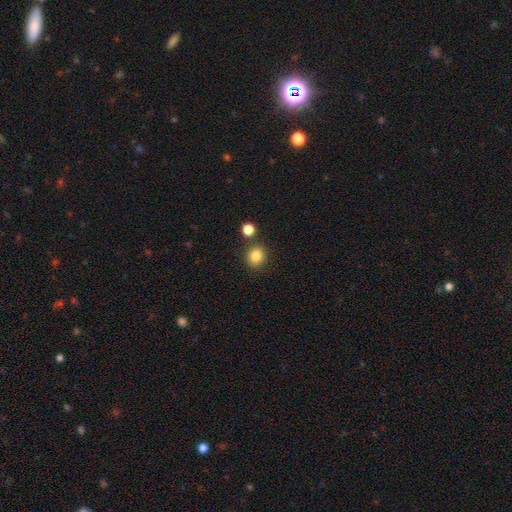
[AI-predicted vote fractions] Q: Smooth or featured?
A: smooth (83%); runner-up: star or artifact (11%)
Q: How rounded?
A: round (81%); runner-up: in between (18%)
Q: Merging?
A: none (81%); runner-up: minor disturbance (8%)